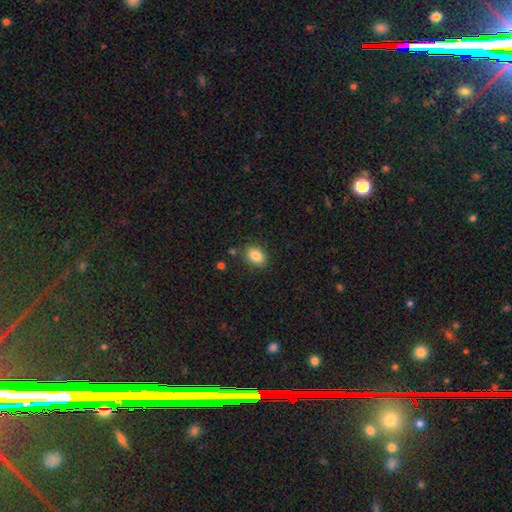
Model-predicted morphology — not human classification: Smooth or featured? smooth (85%)
How rounded? in between (78%)
Merging? none (82%)